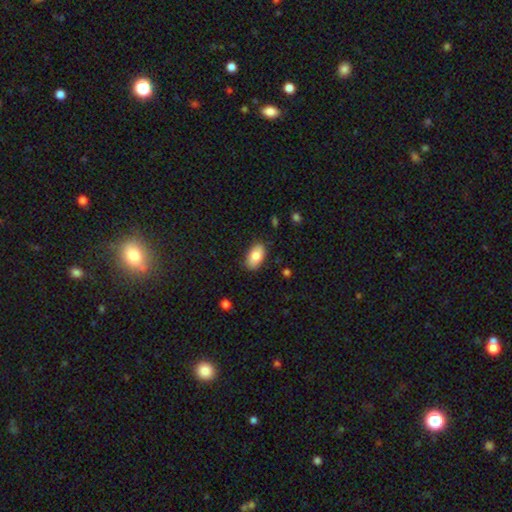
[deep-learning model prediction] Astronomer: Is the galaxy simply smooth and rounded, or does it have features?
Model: smooth — 83%.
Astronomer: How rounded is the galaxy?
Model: in between — 93%.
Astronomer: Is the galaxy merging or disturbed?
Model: none — 84%.